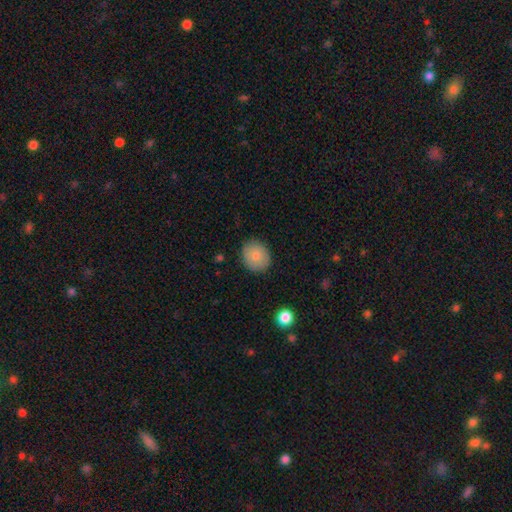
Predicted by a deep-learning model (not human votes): Smooth or featured?
  - smooth: 81% *
  - featured or disk: 12%
  - star or artifact: 7%
How rounded?
  - round: 70% *
  - in between: 29%
  - cigar-shaped: 1%
Merging?
  - none: 87% *
  - minor disturbance: 10%
  - major disturbance: 2%
  - merger: 1%